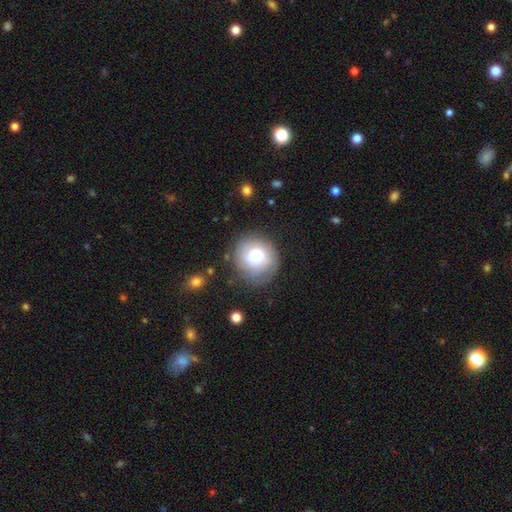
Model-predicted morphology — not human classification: This appears to be a smooth galaxy with no disk features (60%) that is round (86%). Merging: none (70%).